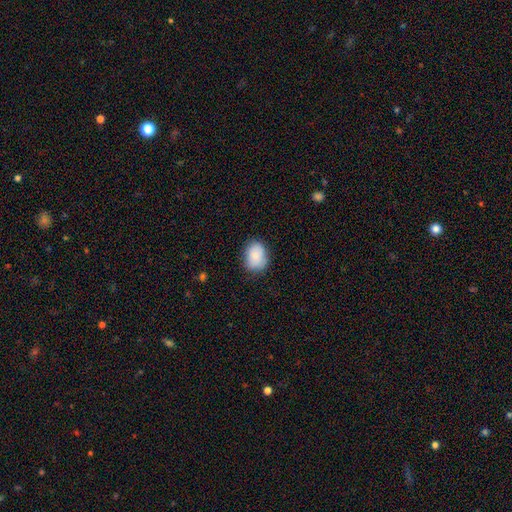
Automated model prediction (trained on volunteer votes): This is clearly a smooth galaxy (84%). How rounded: likely in between (62%). Merging: likely none (75%).